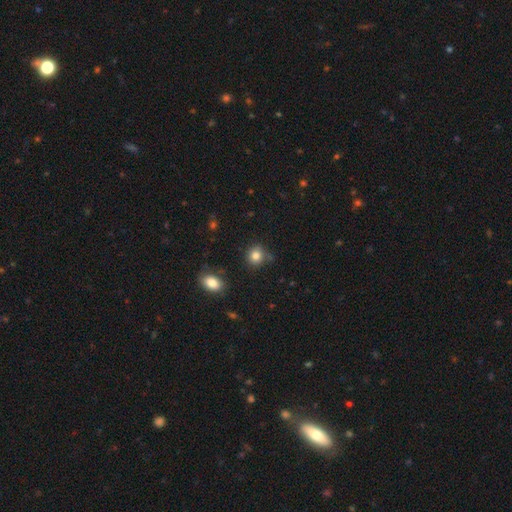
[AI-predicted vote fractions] This appears to be a smooth galaxy with no disk features (83%) that is round (82%). Merging: none (77%).